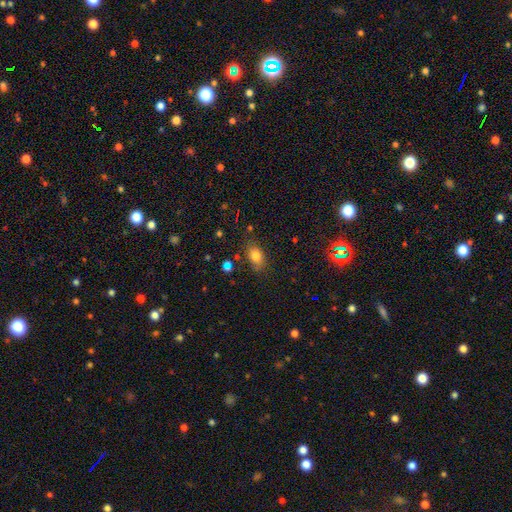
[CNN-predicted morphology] type=smooth (79%); roundness=in between (78%); merging=none (78%).